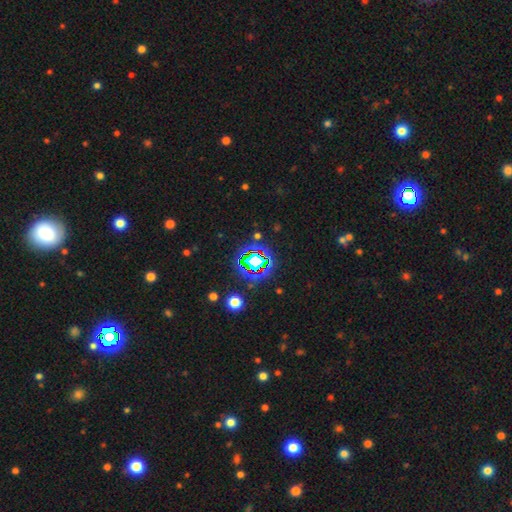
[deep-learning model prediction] A star or artifact, not a galaxy (68%).